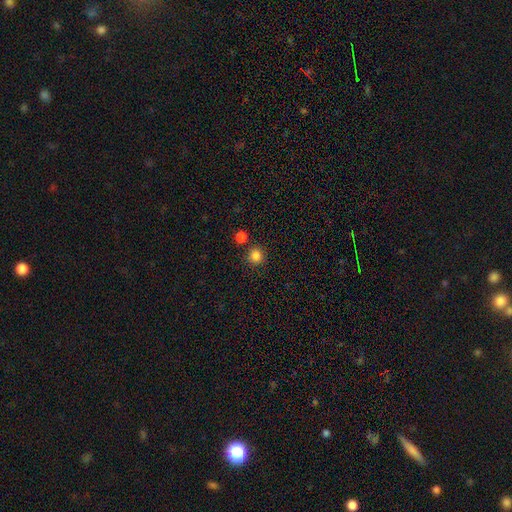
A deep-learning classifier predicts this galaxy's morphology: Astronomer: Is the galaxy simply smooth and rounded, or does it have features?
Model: smooth — 84%.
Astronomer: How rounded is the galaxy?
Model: round — 92%.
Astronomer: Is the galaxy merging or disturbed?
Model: none — 83%.